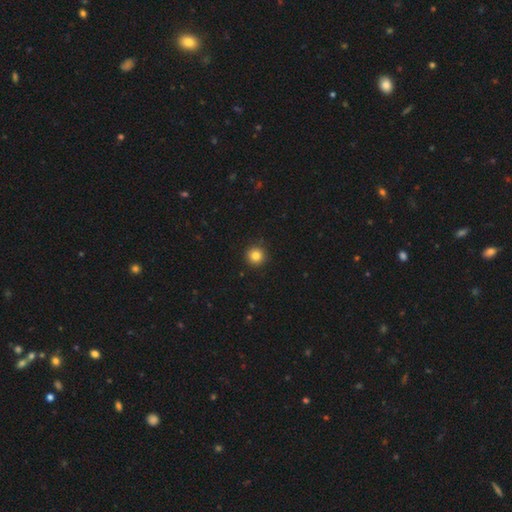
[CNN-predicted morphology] A smooth galaxy with no disk features (84%) that is round (95%).

Vote fractions:
- Smooth or featured? smooth: 84% / star or artifact: 11% / featured or disk: 5%
- How rounded? round: 95% / in between: 4% / cigar-shaped: 1%
- Merging? none: 92% / minor disturbance: 5% / major disturbance: 2% / merger: 1%